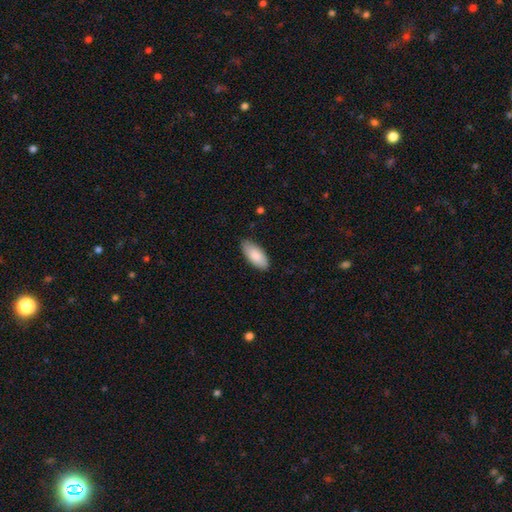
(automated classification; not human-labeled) Smooth or featured? Predicted: smooth (p=0.87). How rounded? Predicted: in between (p=0.89). Merging? Predicted: none (p=0.84).